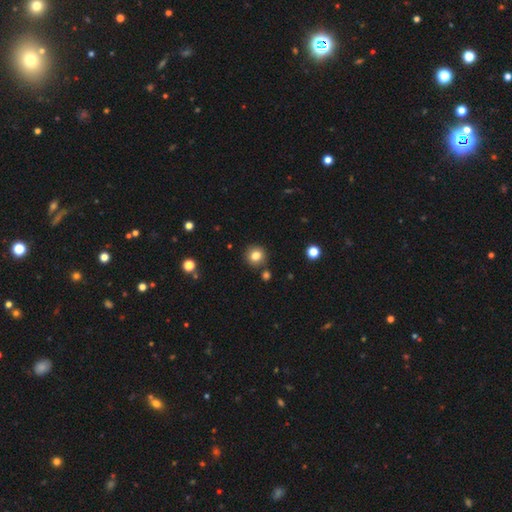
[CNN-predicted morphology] smooth_or_featured: smooth (p=0.82) [alt: star or artifact p=0.11]
how_rounded: round (p=0.92) [alt: in between p=0.07]
merging: none (p=0.87) [alt: minor disturbance p=0.07]